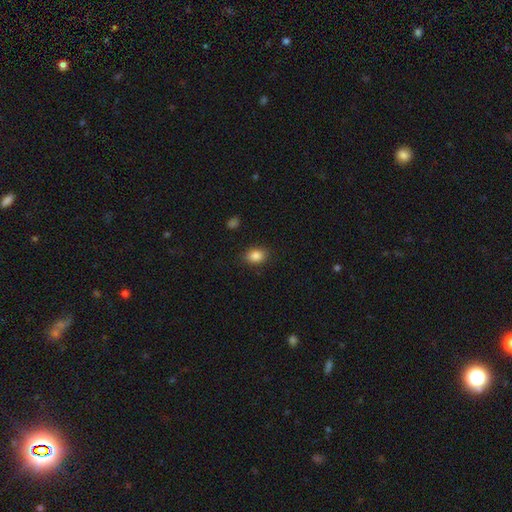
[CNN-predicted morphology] This appears to be a smooth galaxy with no disk features (86%) that is in between round and cigar-shaped (71%). Merging: none (86%).